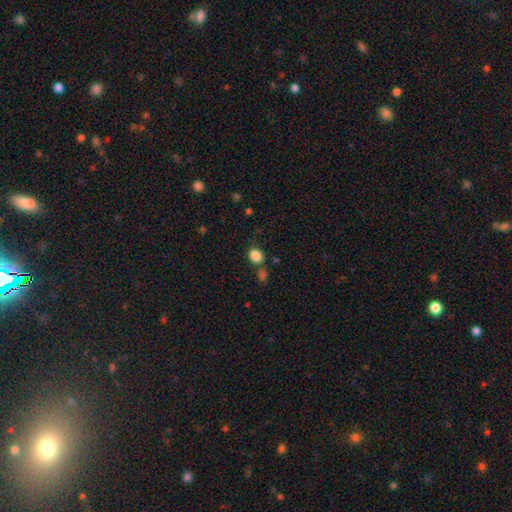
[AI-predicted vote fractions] This is clearly a smooth galaxy (85%). How rounded: likely round (61%). Merging: likely none (70%).